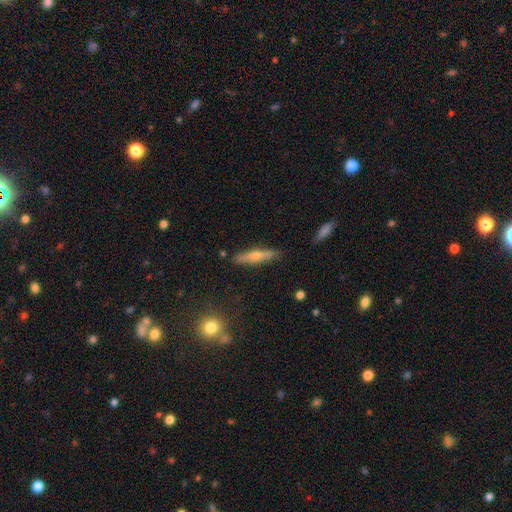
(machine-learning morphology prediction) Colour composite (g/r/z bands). It shows a smooth galaxy with no disk features (53%) that is cigar-shaped (85%). Merging: none (87%).